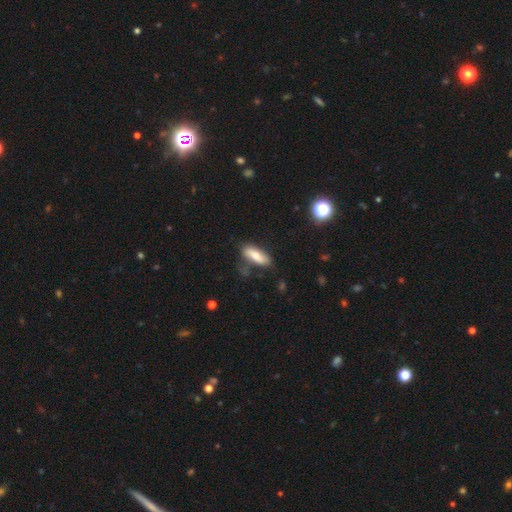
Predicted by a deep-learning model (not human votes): Smooth or featured: smooth — 74% (featured or disk — 20%)
How rounded: in between — 66% (cigar-shaped — 32%)
Merging: none — 64% (minor disturbance — 23%)